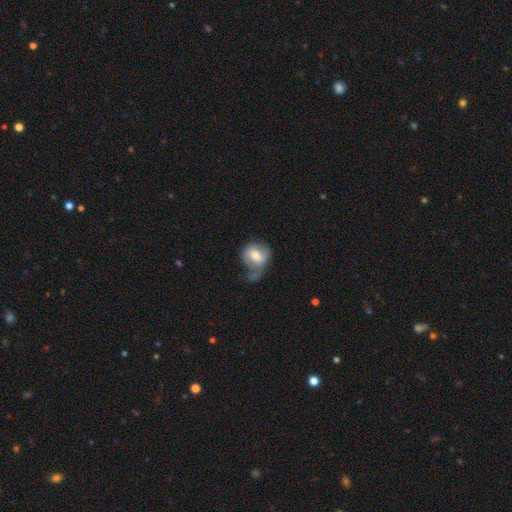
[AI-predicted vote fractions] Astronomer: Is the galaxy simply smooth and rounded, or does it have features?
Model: smooth — 63%.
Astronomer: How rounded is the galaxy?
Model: round — 64%.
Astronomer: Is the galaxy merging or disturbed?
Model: major disturbance — 33% (runner-up: minor disturbance, 30%).